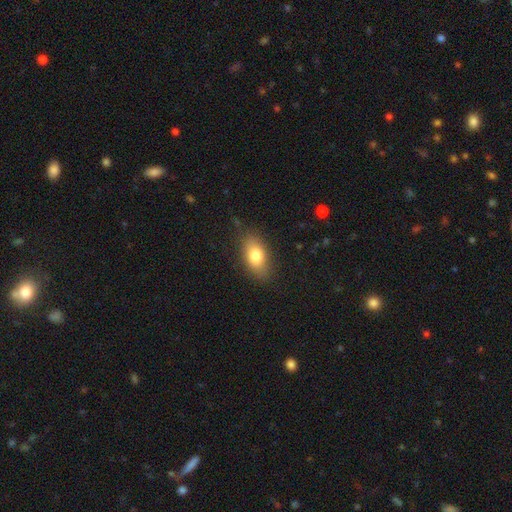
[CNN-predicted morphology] Overall: smooth (79%). How rounded: in between (86%). Merging: none (81%).